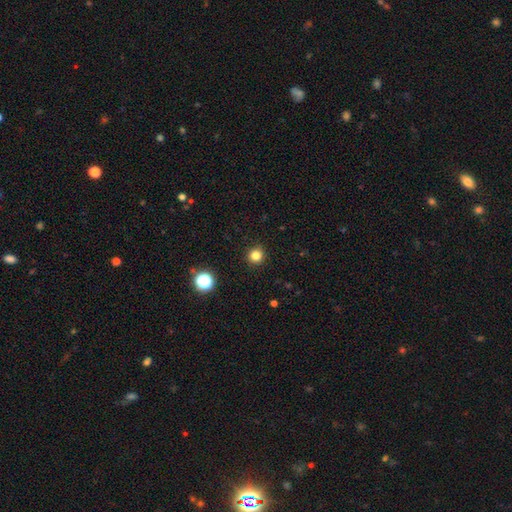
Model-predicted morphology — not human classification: This appears to be a smooth galaxy with no disk features (82%) that is round (94%). Merging: none (93%).